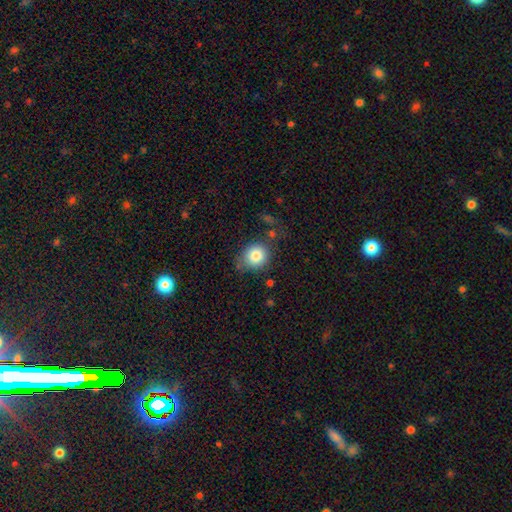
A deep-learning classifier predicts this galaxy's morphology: smooth 82%, star or artifact 9%, featured or disk 8%. Down the decision tree: how rounded — round (77%); merging — none (66%).